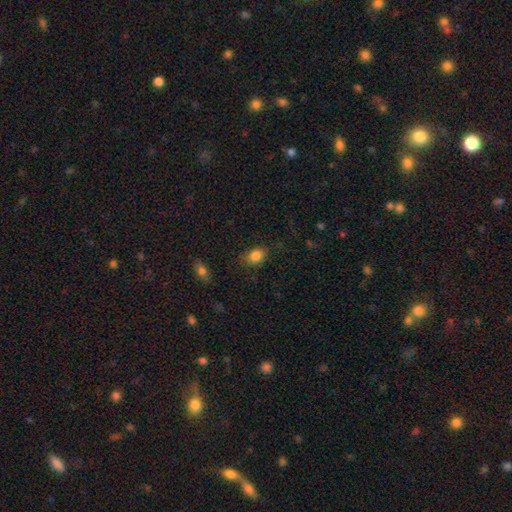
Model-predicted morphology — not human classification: Smooth or featured: smooth — 84% (star or artifact — 9%)
How rounded: in between — 69% (round — 30%)
Merging: none — 73% (minor disturbance — 20%)